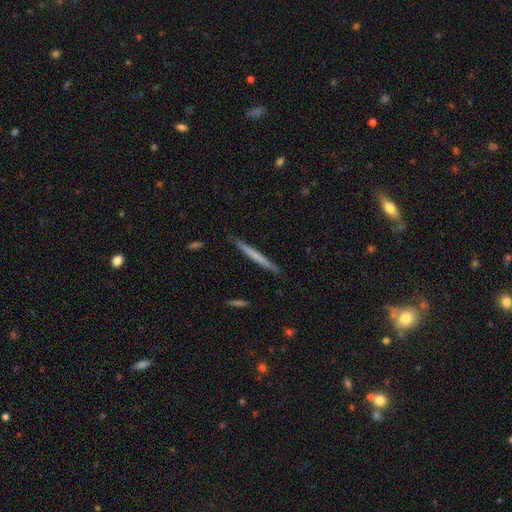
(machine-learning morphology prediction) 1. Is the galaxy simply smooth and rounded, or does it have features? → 55% smooth, 39% featured or disk, 5% star or artifact.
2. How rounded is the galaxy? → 97% cigar-shaped, 2% in between, 1% round.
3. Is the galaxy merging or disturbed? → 90% none, 7% minor disturbance, 1% major disturbance, 1% merger.